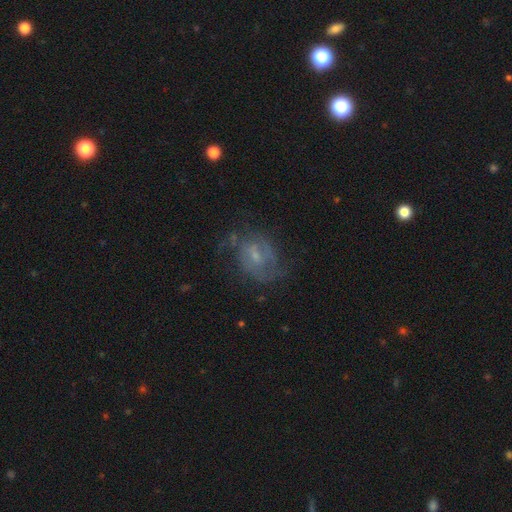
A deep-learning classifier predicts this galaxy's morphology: Smooth or featured? Predicted: featured or disk (p=0.68). Edge-on disk? Predicted: no (p=0.97). Bar? Predicted: weak (p=0.47). Spiral arms? Predicted: yes (p=0.77). Spiral winding? Predicted: medium (p=0.44). Spiral arm count? Predicted: 2 (p=0.42). Bulge size? Predicted: small (p=0.59). Merging? Predicted: none (p=0.54).